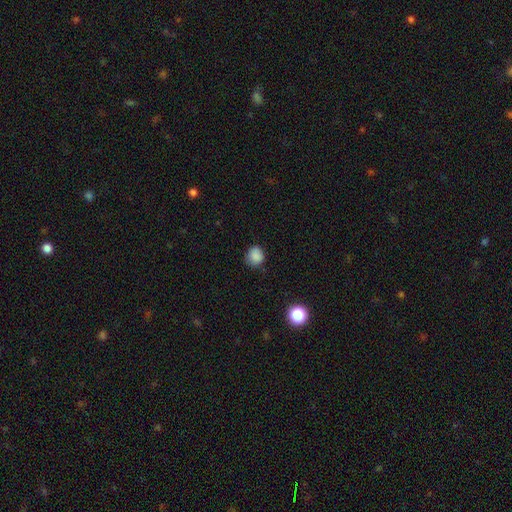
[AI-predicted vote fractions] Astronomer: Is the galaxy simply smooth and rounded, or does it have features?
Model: smooth — 85%.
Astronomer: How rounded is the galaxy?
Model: round — 81%.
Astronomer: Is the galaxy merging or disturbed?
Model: none — 76%.